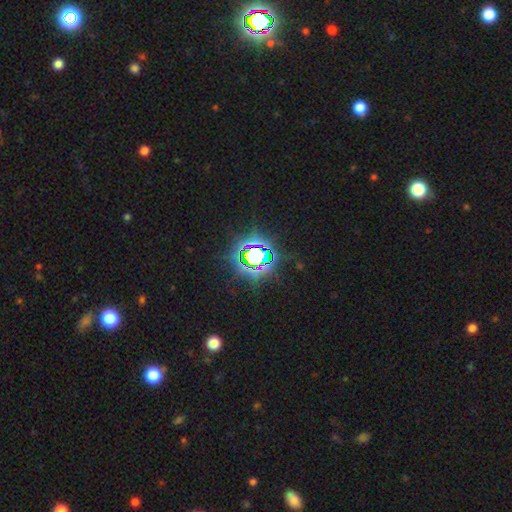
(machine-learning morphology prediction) A star or artifact, not a galaxy (80%).

Vote fractions:
- Smooth or featured? star or artifact: 80% / smooth: 12% / featured or disk: 8%